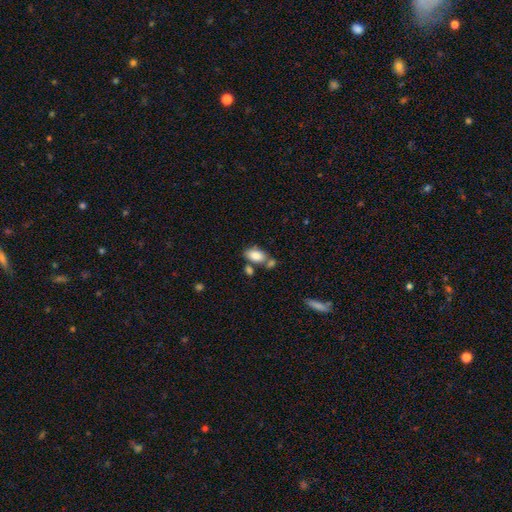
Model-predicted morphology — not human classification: smooth-or-featured: smooth: 84% | featured or disk: 8% | star or artifact: 8%
  how-rounded: in between: 91% | round: 7% | cigar-shaped: 2%
  merging: none: 55% | merger: 26% | minor disturbance: 15% | major disturbance: 5%